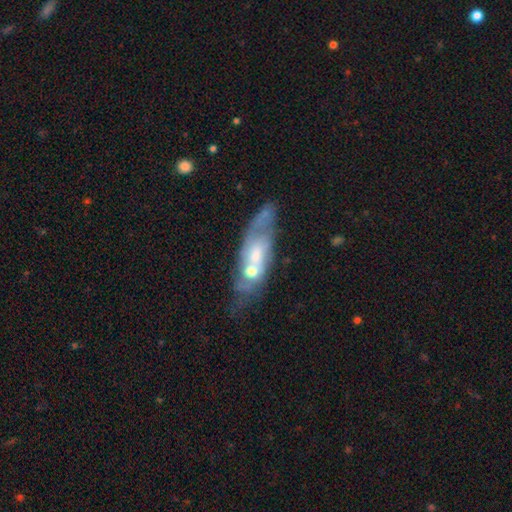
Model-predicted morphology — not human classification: Overall: featured or disk (54%; smooth 37%). Edge-on disk: no (80%). Merging: none (32%; merger 29%).